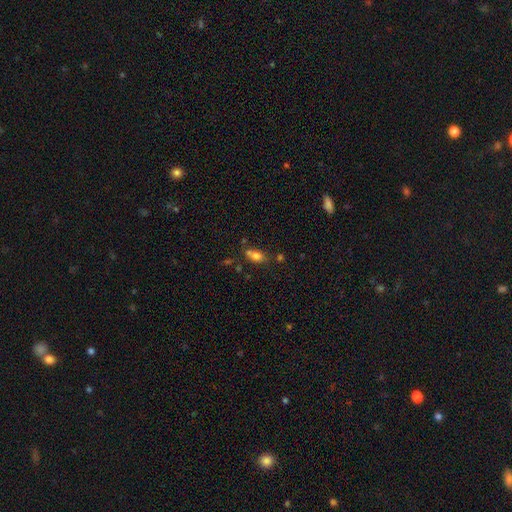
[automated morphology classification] Smooth or featured? smooth (76%)
How rounded? in between (78%)
Merging? none (52%)